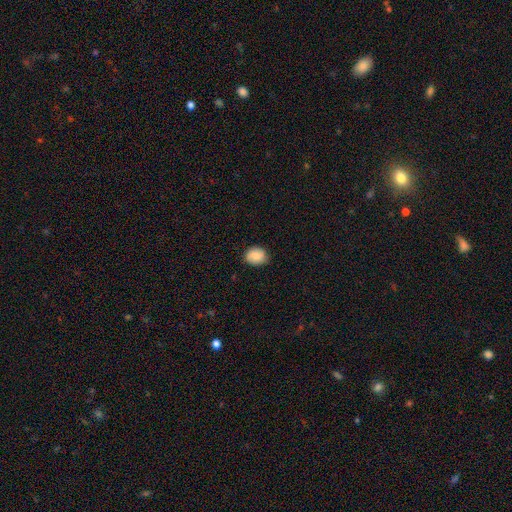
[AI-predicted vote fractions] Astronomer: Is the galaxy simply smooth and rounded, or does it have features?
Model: smooth — 83%.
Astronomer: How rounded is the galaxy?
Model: round — 61% (runner-up: in between, 38%).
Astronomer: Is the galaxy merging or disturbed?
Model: none — 82%.